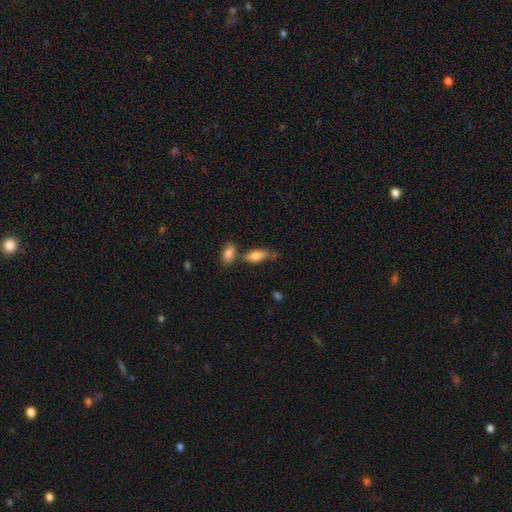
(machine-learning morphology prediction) smooth 79%, featured or disk 15%, star or artifact 7%. Down the decision tree: how rounded — in between (80%); merging — none (54%).